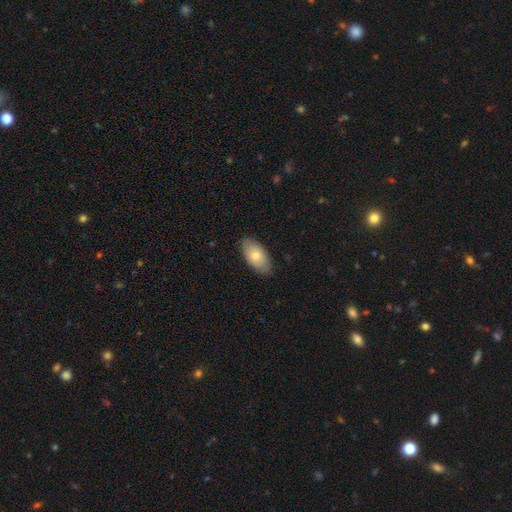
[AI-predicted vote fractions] This appears to be a smooth galaxy with no disk features (77%) that is in between round and cigar-shaped (94%). Merging: none (84%).